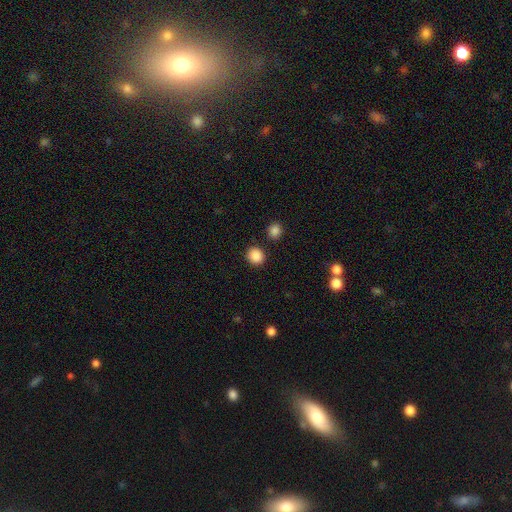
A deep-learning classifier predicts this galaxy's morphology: smooth_or_featured: smooth (p=0.88) [alt: star or artifact p=0.09]
how_rounded: round (p=0.84) [alt: in between p=0.15]
merging: none (p=0.87) [alt: minor disturbance p=0.07]